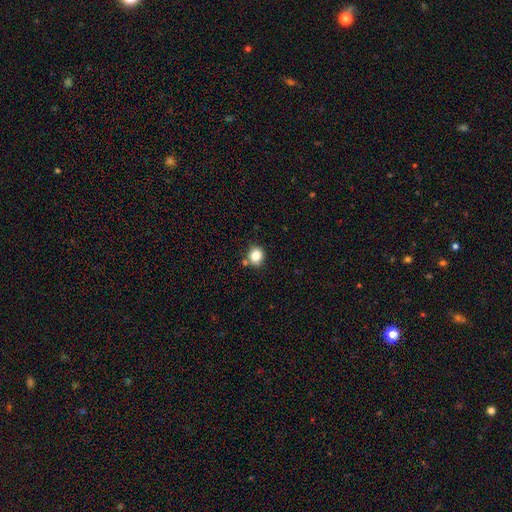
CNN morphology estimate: This appears to be a smooth galaxy with no disk features (83%) that is round (74%). Merging: none (77%).